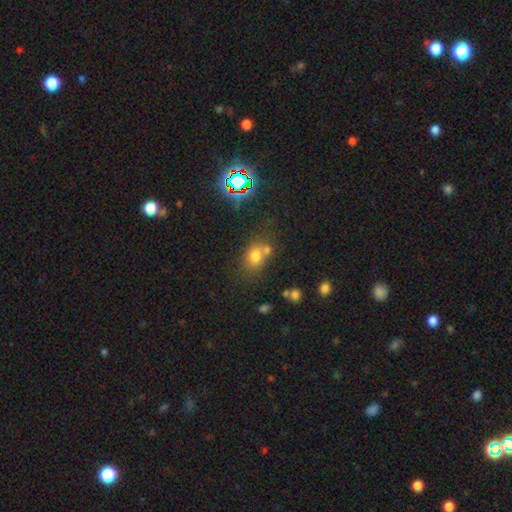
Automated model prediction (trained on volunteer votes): Smooth or featured? Predicted: smooth (p=0.68). How rounded? Predicted: round (p=0.50). Merging? Predicted: none (p=0.52).